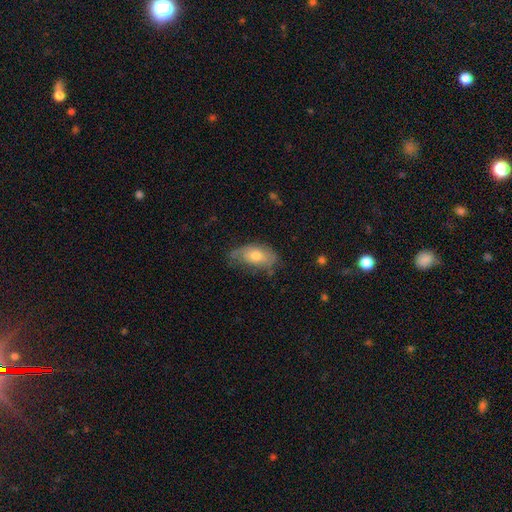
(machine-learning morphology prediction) A smooth galaxy with no disk features (59%) that is in between round and cigar-shaped (90%). Merging: none (55%).